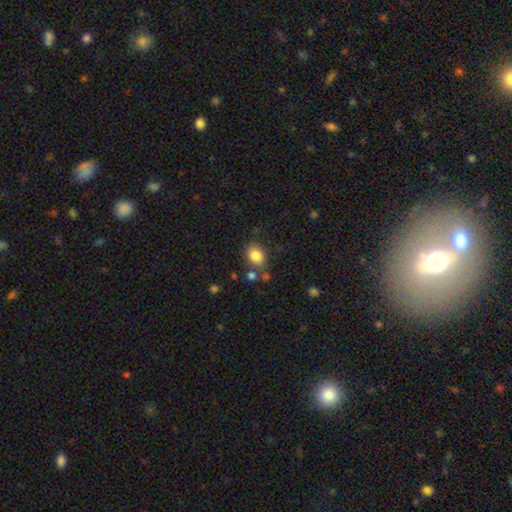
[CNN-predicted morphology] Overall: smooth (84%). How rounded: round (52%; in between 47%). Merging: none (73%).